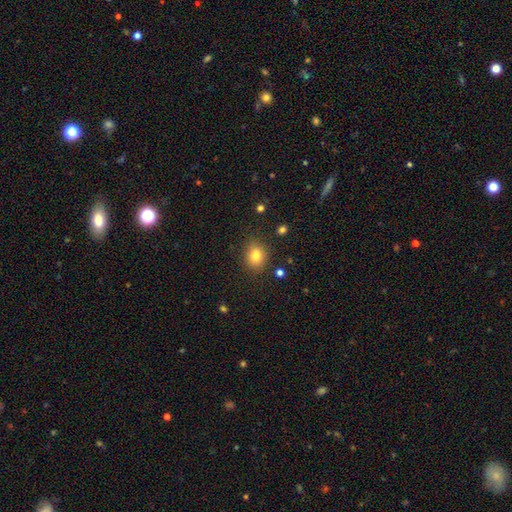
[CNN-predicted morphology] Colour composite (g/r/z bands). It shows a smooth galaxy with no disk features (82%) that is round (55%). Merging: none (83%).